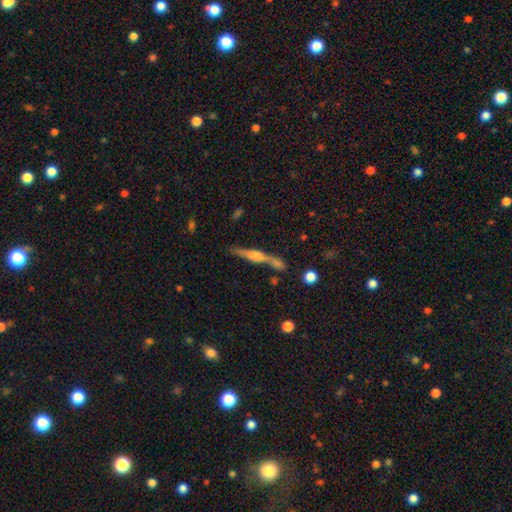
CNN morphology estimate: A featured or disk galaxy (72%) viewed edge-on (96%) with a rounded central bulge (83%). Merging: none (69%).